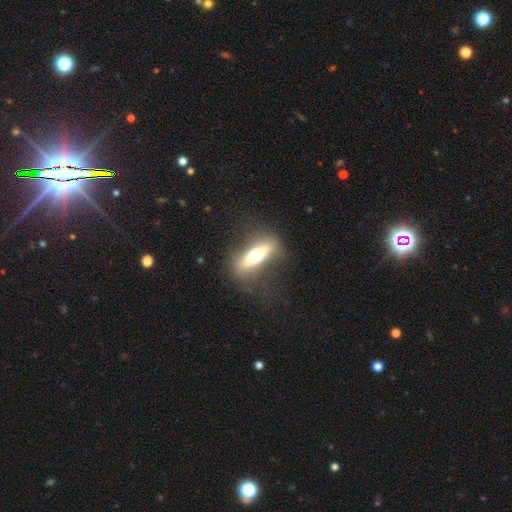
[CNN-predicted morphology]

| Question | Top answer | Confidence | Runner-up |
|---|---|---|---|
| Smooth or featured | smooth | 49% | featured or disk (44%) |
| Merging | none | 79% | minor disturbance (12%) |